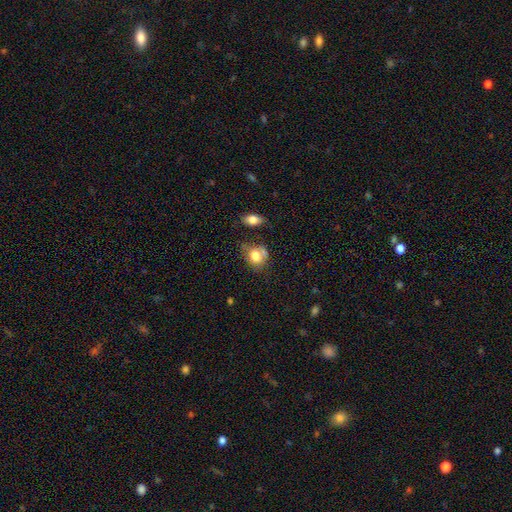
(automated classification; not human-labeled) Overall: smooth (74%). How rounded: round (51%; in between 48%). Merging: none (41%; minor disturbance 25%).